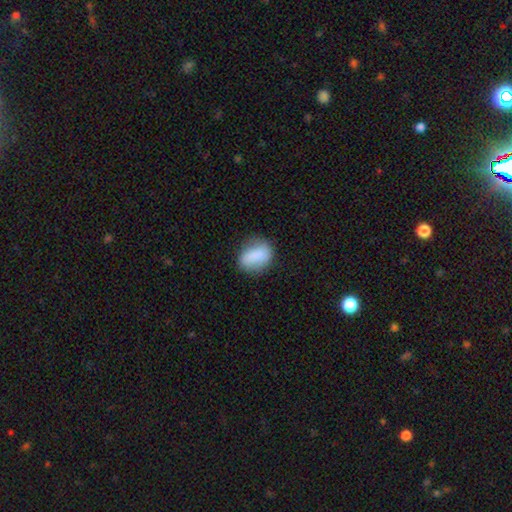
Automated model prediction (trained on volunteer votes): Smooth or featured? Predicted: smooth (p=0.84). How rounded? Predicted: in between (p=0.73). Merging? Predicted: none (p=0.72).